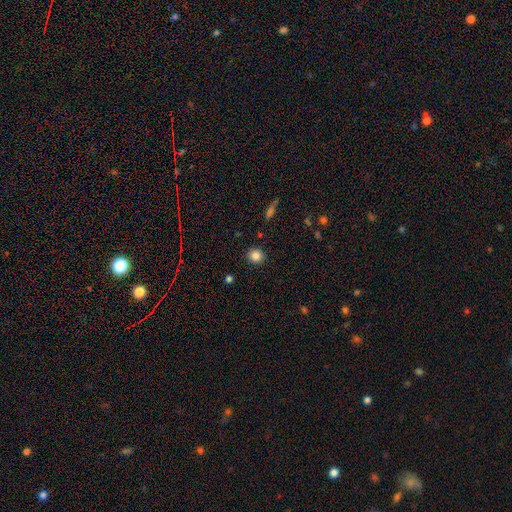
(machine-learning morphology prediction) The model was most divided on "smooth or featured": smooth: 84%, star or artifact: 11%, featured or disk: 5%. More confident: merging — none (91%); how rounded — round (89%).